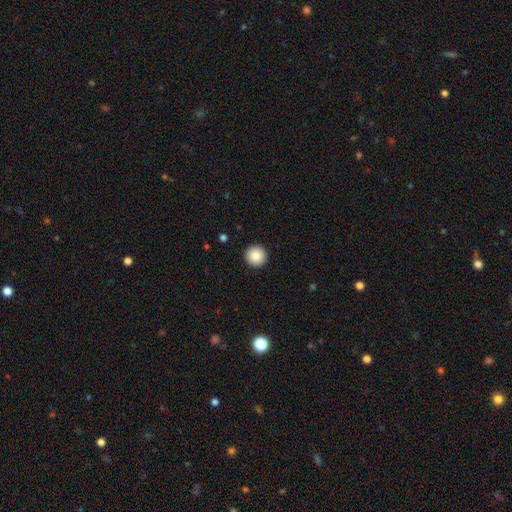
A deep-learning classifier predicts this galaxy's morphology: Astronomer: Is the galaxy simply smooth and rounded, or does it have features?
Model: smooth — 88%.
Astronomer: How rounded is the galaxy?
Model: round — 96%.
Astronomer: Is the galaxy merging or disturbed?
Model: none — 93%.